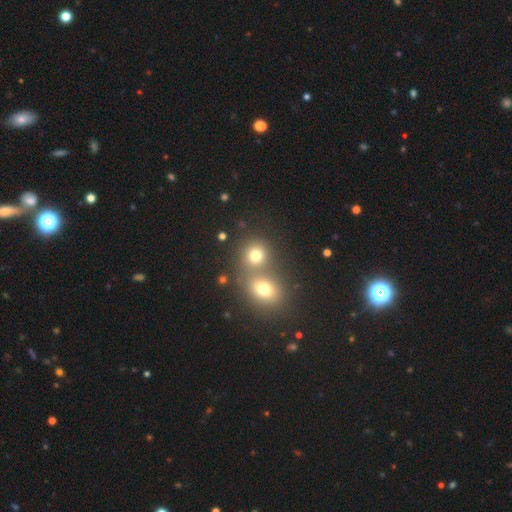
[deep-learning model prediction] smooth-or-featured: smooth: 74% | star or artifact: 17% | featured or disk: 10%
  how-rounded: round: 82% | in between: 17% | cigar-shaped: 1%
  merging: none: 47% | merger: 43% | minor disturbance: 6% | major disturbance: 3%